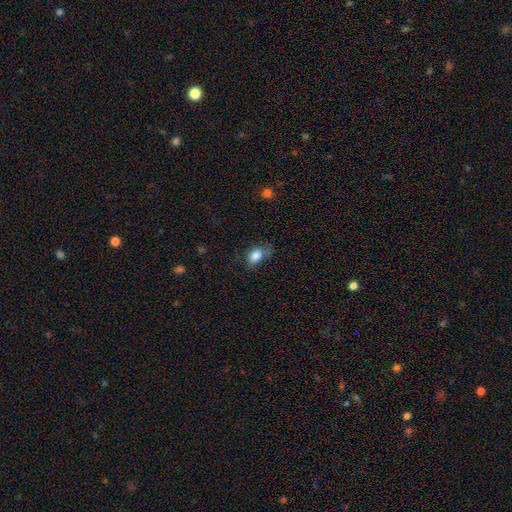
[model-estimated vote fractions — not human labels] The model was most divided on "merging": none: 59%, minor disturbance: 28%, major disturbance: 11%, merger: 2%. More confident: how rounded — in between (84%); smooth or featured — smooth (82%).